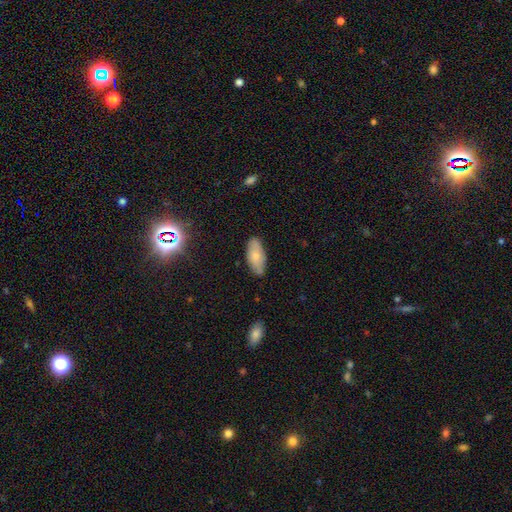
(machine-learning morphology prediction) The model was most divided on "smooth or featured": smooth: 75%, featured or disk: 18%, star or artifact: 7%. More confident: how rounded — in between (89%); merging — none (79%).